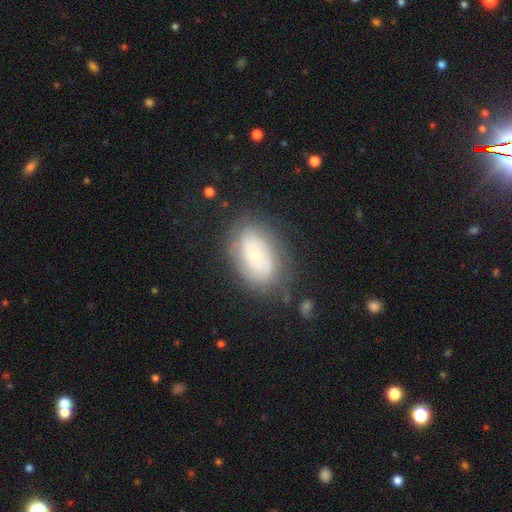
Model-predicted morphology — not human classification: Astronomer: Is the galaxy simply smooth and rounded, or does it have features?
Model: featured or disk — 55% (runner-up: smooth, 36%).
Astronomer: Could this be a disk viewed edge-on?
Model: no — 95%.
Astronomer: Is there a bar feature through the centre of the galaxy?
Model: no — 80%.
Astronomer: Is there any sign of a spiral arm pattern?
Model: yes — 69%.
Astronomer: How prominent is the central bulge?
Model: small — 71%.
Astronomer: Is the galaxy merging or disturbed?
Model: none — 72%.